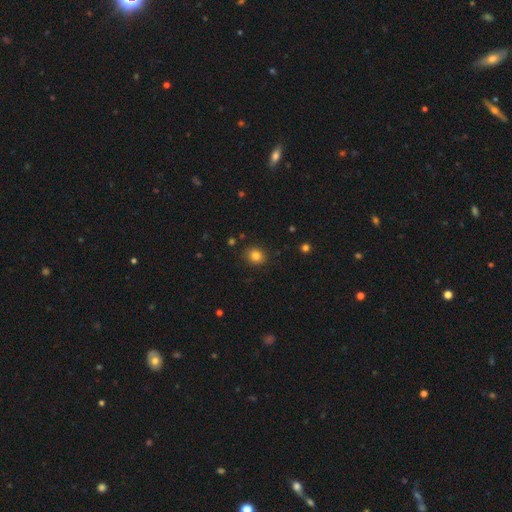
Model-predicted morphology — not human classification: A smooth galaxy with no disk features (82%) that is round (71%). Merging: none (88%).